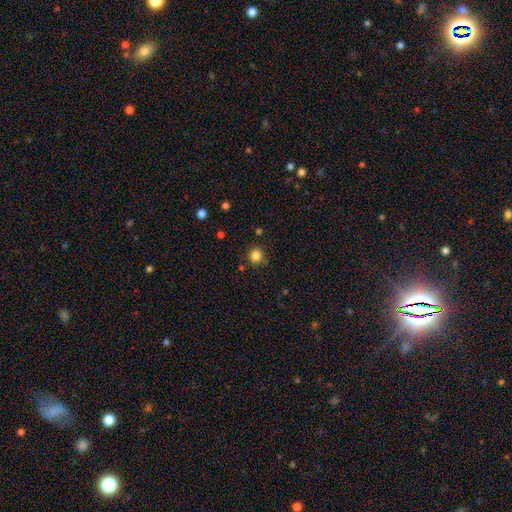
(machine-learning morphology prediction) Q: Smooth or featured?
A: smooth (83%); runner-up: star or artifact (13%)
Q: How rounded?
A: round (89%); runner-up: in between (10%)
Q: Merging?
A: none (81%); runner-up: minor disturbance (12%)